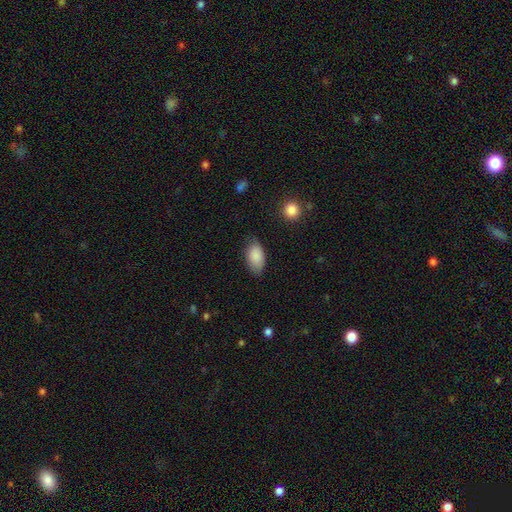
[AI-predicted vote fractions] smooth_or_featured: smooth (p=0.87) [alt: star or artifact p=0.07]
how_rounded: in between (p=0.93) [alt: round p=0.04]
merging: none (p=0.71) [alt: minor disturbance p=0.23]